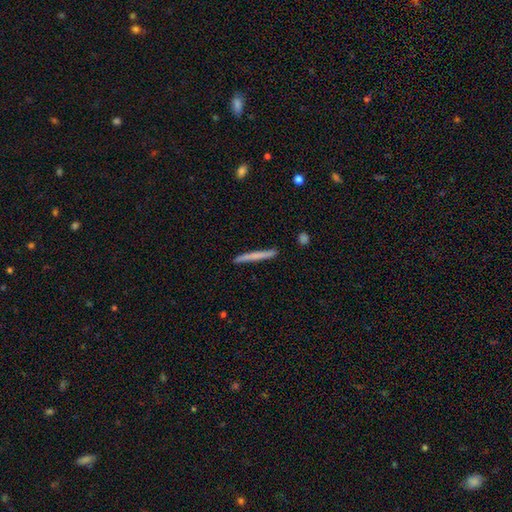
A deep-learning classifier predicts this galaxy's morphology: smooth 62%, featured or disk 32%, star or artifact 5%. Down the decision tree: how rounded — cigar-shaped (97%); merging — none (89%).